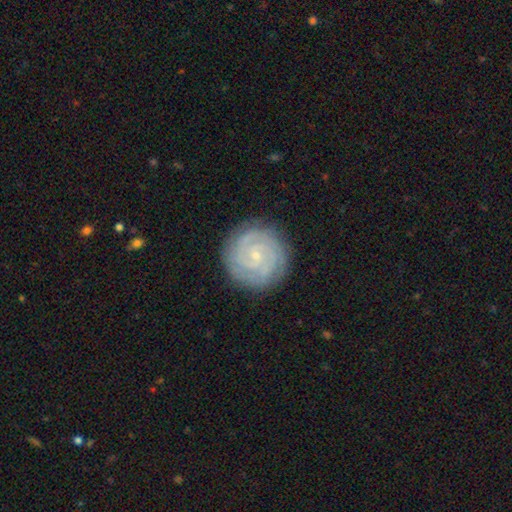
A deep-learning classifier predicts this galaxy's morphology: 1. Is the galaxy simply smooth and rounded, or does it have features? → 84% featured or disk, 9% smooth, 6% star or artifact.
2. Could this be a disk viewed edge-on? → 98% no, 2% yes.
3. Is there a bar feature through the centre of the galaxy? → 71% no, 22% weak, 6% strong.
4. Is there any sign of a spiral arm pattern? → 98% yes, 2% no.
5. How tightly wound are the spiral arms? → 83% tight, 14% medium, 2% loose.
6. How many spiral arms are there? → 35% 2, 25% 3, 16% can't tell, 12% 4, 6% more than 4, 6% 1.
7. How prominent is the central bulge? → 85% small, 11% moderate, 2% none, 1% large, 1% dominant.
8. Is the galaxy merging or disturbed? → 87% none, 9% minor disturbance, 2% major disturbance, 1% merger.